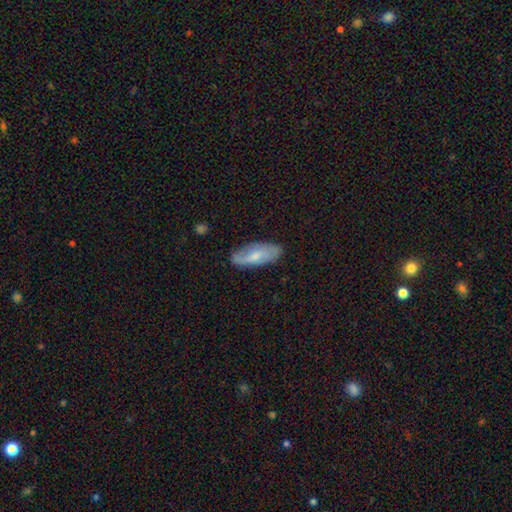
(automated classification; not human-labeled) Morphology: type=smooth (55%); roundness=in between (74%); merging=none (77%).